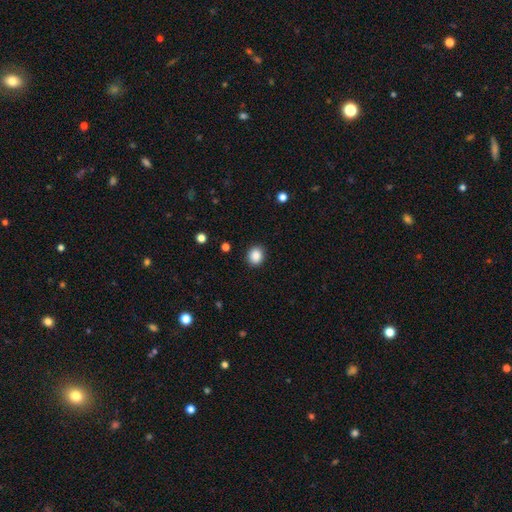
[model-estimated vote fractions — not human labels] Smooth or featured? smooth (88%)
How rounded? round (74%)
Merging? none (90%)